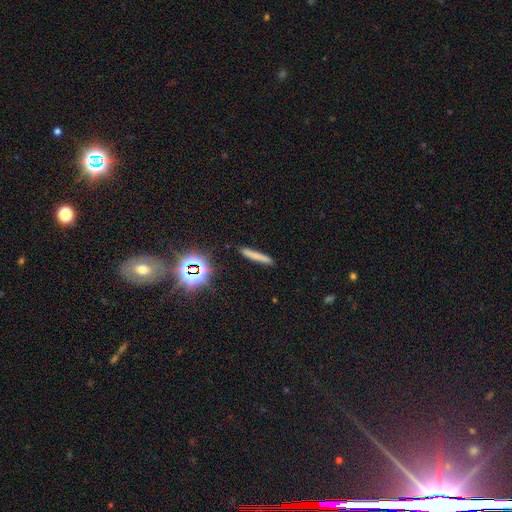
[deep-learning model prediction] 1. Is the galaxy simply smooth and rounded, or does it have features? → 68% smooth, 17% featured or disk, 16% star or artifact.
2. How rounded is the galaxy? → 93% cigar-shaped, 4% in between, 2% round.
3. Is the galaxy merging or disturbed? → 87% none, 9% minor disturbance, 2% major disturbance, 2% merger.